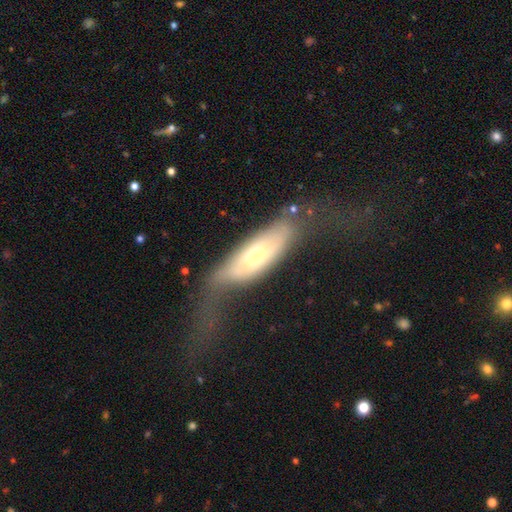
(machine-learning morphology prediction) A smooth galaxy with no disk features (55%) that is in between round and cigar-shaped (66%). Merging: major disturbance (45%).